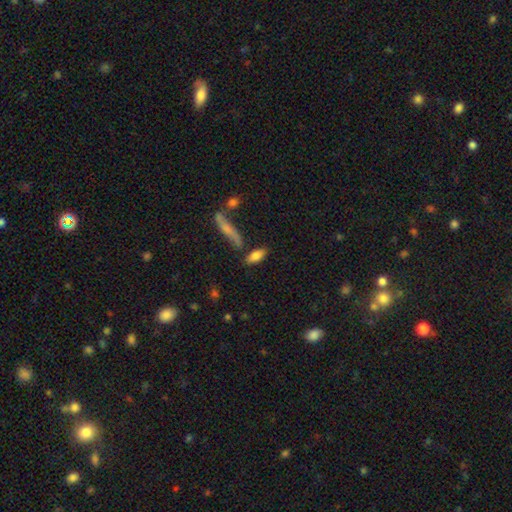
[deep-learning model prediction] A smooth galaxy with no disk features (80%) that is in between round and cigar-shaped (80%).

Vote fractions:
- Smooth or featured? smooth: 80% / featured or disk: 13% / star or artifact: 7%
- How rounded? in between: 80% / cigar-shaped: 17% / round: 3%
- Merging? none: 70% / minor disturbance: 14% / merger: 12% / major disturbance: 4%